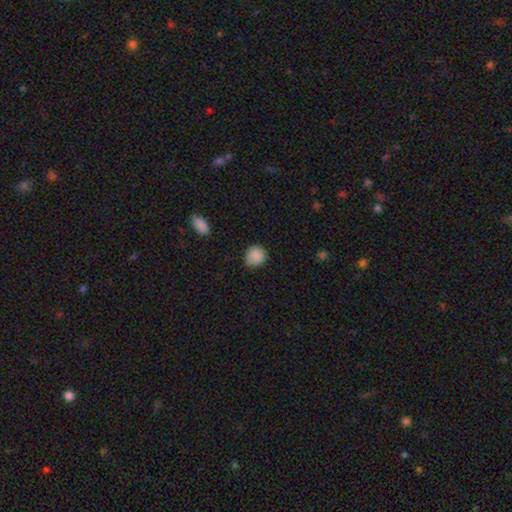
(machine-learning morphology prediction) smooth_or_featured: smooth (p=0.88) [alt: star or artifact p=0.08]
how_rounded: round (p=0.84) [alt: in between p=0.15]
merging: none (p=0.77) [alt: minor disturbance p=0.18]